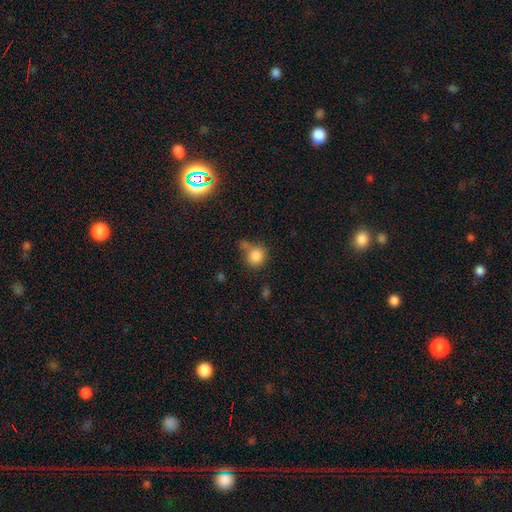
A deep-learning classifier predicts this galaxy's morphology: type=smooth (83%); roundness=round (80%); merging=none (56%).